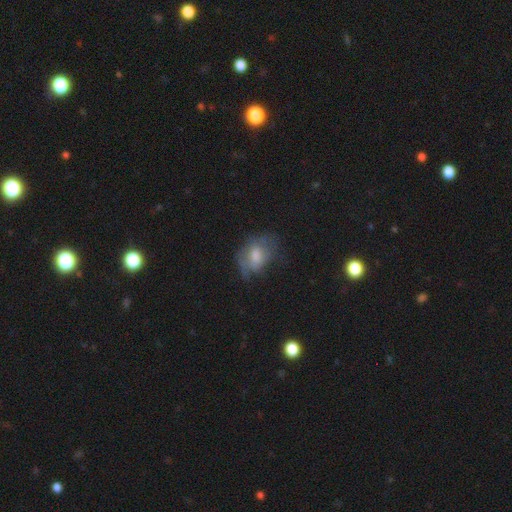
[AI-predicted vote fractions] Q: Smooth or featured?
A: smooth (51%); runner-up: featured or disk (38%)
Q: How rounded?
A: in between (70%); runner-up: round (29%)
Q: Merging?
A: none (48%); runner-up: minor disturbance (29%)